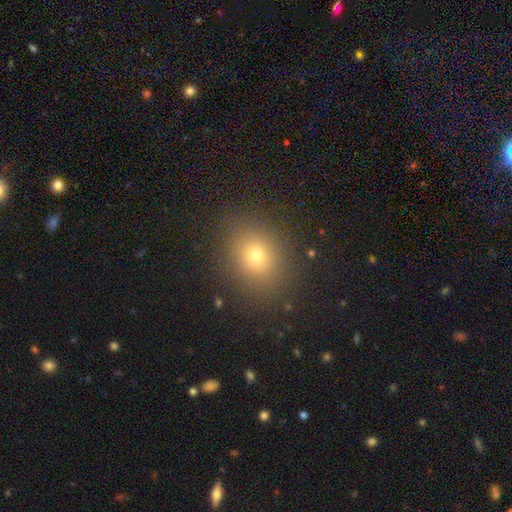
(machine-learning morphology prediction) This appears to be a smooth galaxy with no disk features (70%) that is round (61%). Merging: none (86%).